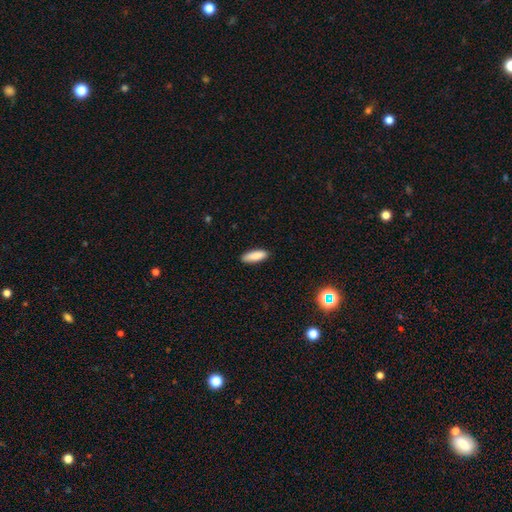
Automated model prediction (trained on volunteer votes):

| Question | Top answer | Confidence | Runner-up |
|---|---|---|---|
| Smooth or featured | smooth | 87% | star or artifact (7%) |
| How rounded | in between | 60% | cigar-shaped (39%) |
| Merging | none | 88% | minor disturbance (10%) |